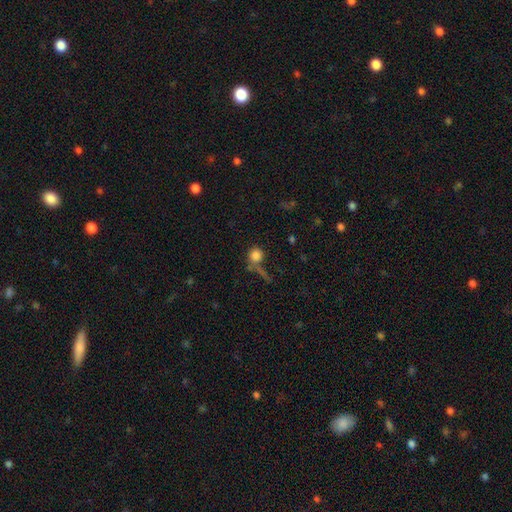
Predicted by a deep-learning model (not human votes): Morphology: type=smooth (79%); roundness=round (89%); merging=none (58%).